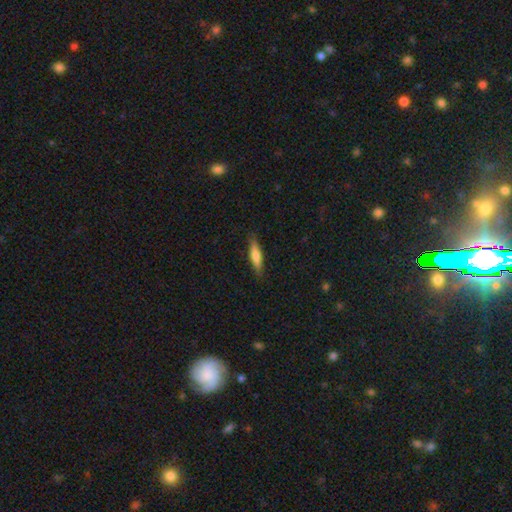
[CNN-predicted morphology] smooth_or_featured: smooth (p=0.66) [alt: featured or disk p=0.28]
how_rounded: cigar-shaped (p=0.78) [alt: in between p=0.20]
merging: none (p=0.87) [alt: minor disturbance p=0.10]